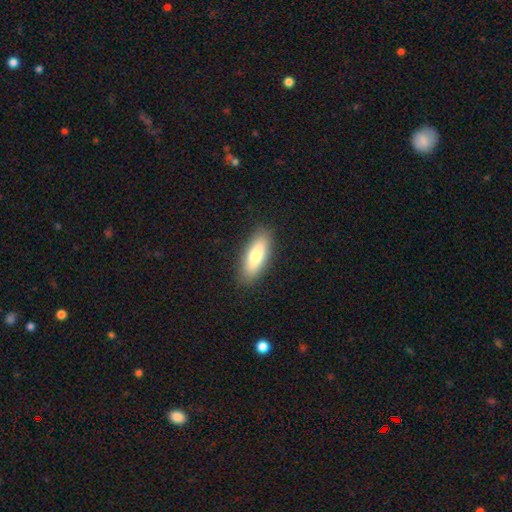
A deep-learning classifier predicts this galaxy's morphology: smooth-or-featured: smooth: 76% | featured or disk: 18% | star or artifact: 6%
  how-rounded: in between: 63% | cigar-shaped: 35% | round: 2%
  merging: none: 88% | minor disturbance: 8% | major disturbance: 2% | merger: 1%